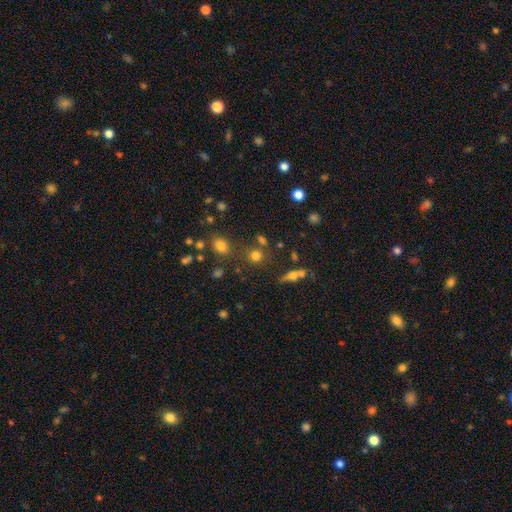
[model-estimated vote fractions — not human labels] This is likely a smooth galaxy (74%). How rounded: clearly round (83%). Merging: likely none (71%).